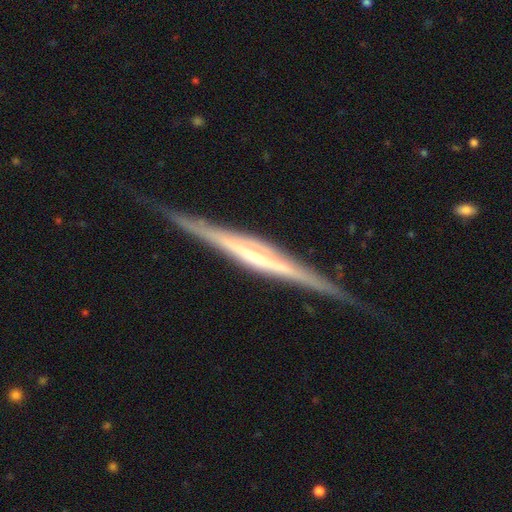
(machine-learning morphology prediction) Smooth or featured? featured or disk (83%)
Edge-on disk? yes (98%)
Edge-on bulge? rounded (46%)
Merging? none (85%)